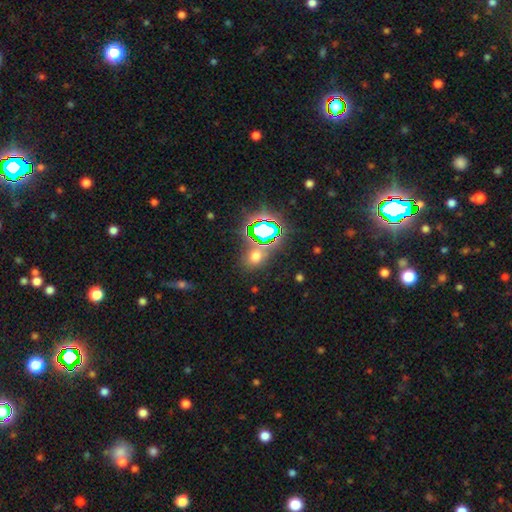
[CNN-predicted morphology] Q: Smooth or featured?
A: smooth (51%); runner-up: star or artifact (41%)
Q: How rounded?
A: round (51%); runner-up: in between (47%)
Q: Merging?
A: none (74%); runner-up: minor disturbance (11%)